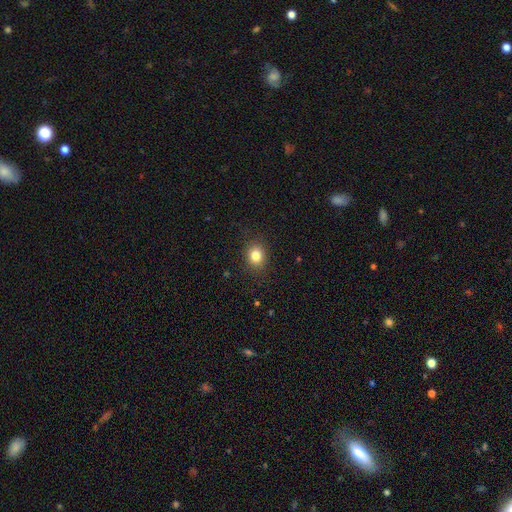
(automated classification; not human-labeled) A smooth galaxy with no disk features (81%) that is round (68%).

Vote fractions:
- Smooth or featured? smooth: 81% / star or artifact: 12% / featured or disk: 7%
- How rounded? round: 68% / in between: 31% / cigar-shaped: 1%
- Merging? none: 88% / minor disturbance: 8% / major disturbance: 3% / merger: 1%